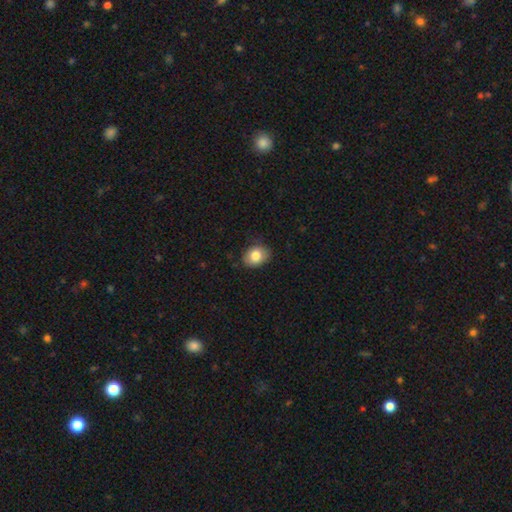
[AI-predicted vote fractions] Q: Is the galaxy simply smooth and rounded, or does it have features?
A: smooth — 81%.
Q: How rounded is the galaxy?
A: in between — 58%.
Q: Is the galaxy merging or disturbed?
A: none — 80%.